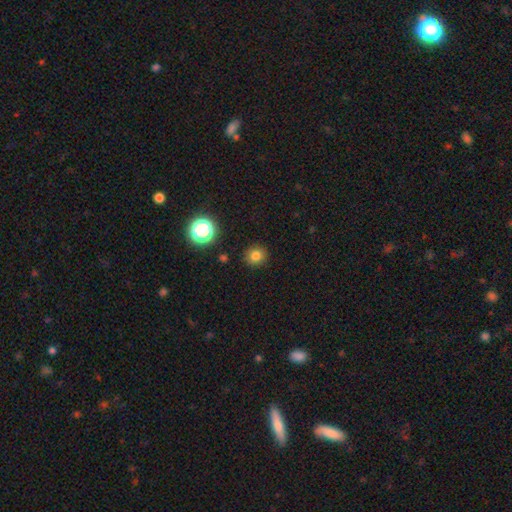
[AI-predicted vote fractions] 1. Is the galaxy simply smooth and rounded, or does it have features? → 79% smooth, 15% star or artifact, 6% featured or disk.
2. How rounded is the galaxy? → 90% round, 9% in between, 1% cigar-shaped.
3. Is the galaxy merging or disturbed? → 90% none, 6% minor disturbance, 2% major disturbance, 1% merger.